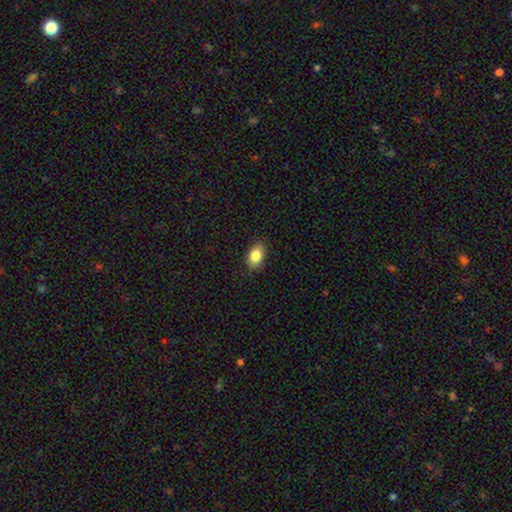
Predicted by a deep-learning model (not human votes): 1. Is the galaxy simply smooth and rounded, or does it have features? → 85% smooth, 8% star or artifact, 6% featured or disk.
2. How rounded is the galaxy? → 82% in between, 16% round, 1% cigar-shaped.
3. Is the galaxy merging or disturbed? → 86% none, 11% minor disturbance, 2% major disturbance, 1% merger.